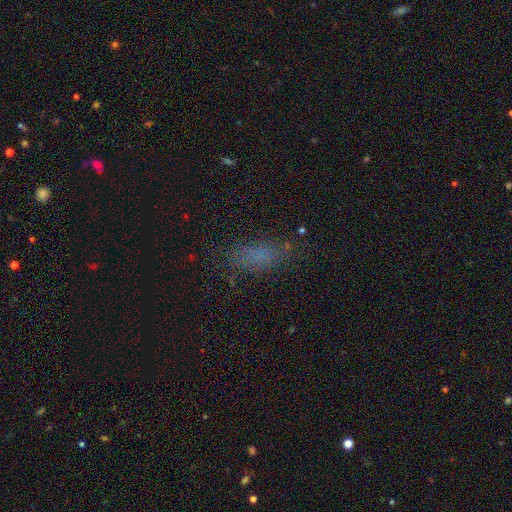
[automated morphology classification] Smooth or featured? smooth (67%)
How rounded? in between (73%)
Merging? none (67%)